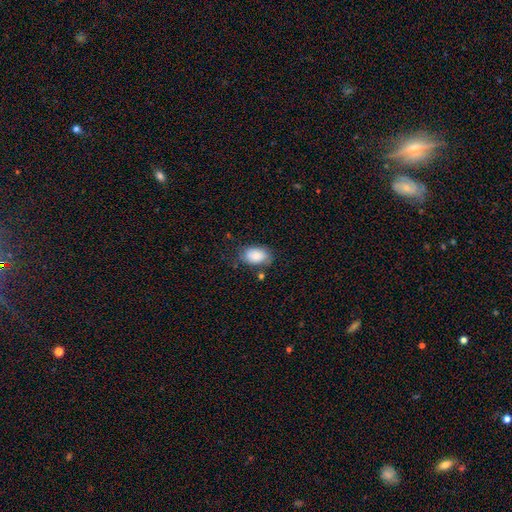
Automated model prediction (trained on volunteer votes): The model was most divided on "merging": none: 70%, minor disturbance: 21%, major disturbance: 5%, merger: 4%. More confident: how rounded — in between (88%); smooth or featured — smooth (83%).